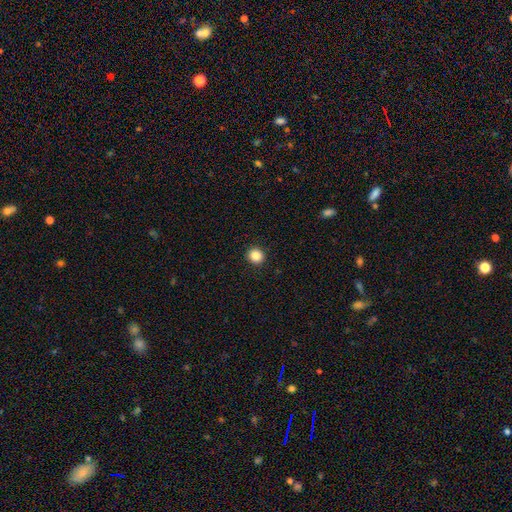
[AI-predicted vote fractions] This appears to be a smooth galaxy with no disk features (86%) that is round (91%). Merging: none (93%).